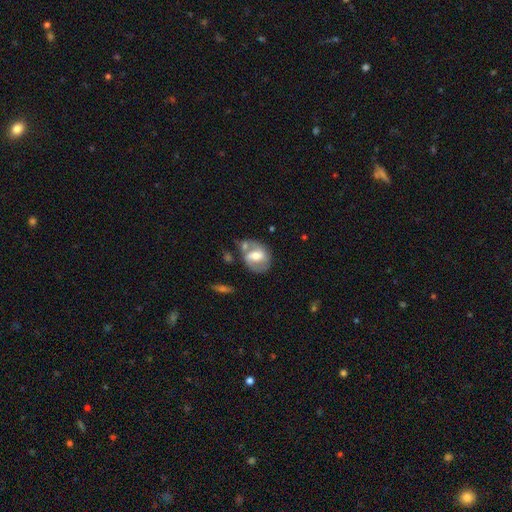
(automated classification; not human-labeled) Q: Smooth or featured?
A: featured or disk (59%); runner-up: smooth (34%)
Q: Edge-on disk?
A: no (95%); runner-up: yes (5%)
Q: Bar?
A: weak (44%); runner-up: strong (29%)
Q: Spiral arms?
A: yes (70%); runner-up: no (30%)
Q: Bulge size?
A: moderate (62%); runner-up: large (18%)
Q: Merging?
A: none (48%); runner-up: minor disturbance (22%)